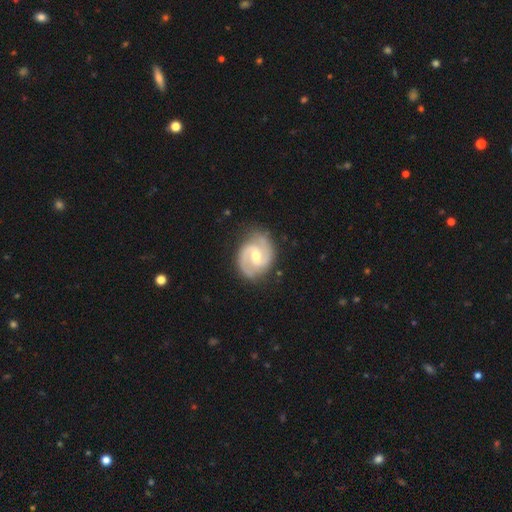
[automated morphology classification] Smooth or featured? featured or disk (90%)
Edge-on disk? no (98%)
Bar? weak (55%)
Spiral arms? yes (98%)
Spiral winding? medium (53%)
Spiral arm count? 2 (93%)
Bulge size? moderate (60%)
Merging? none (83%)